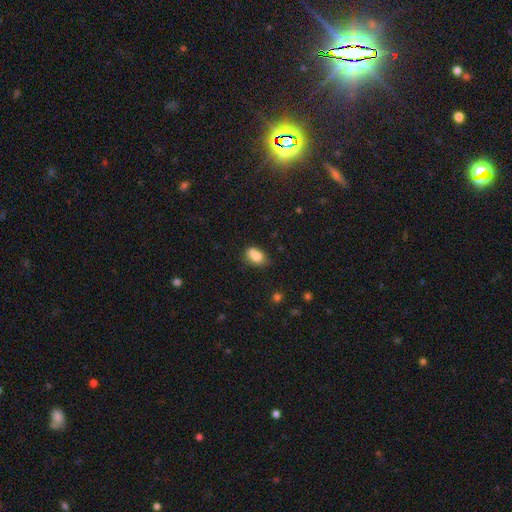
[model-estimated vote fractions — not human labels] A smooth galaxy with no disk features (76%) that is in between round and cigar-shaped (73%). Merging: none (44%).